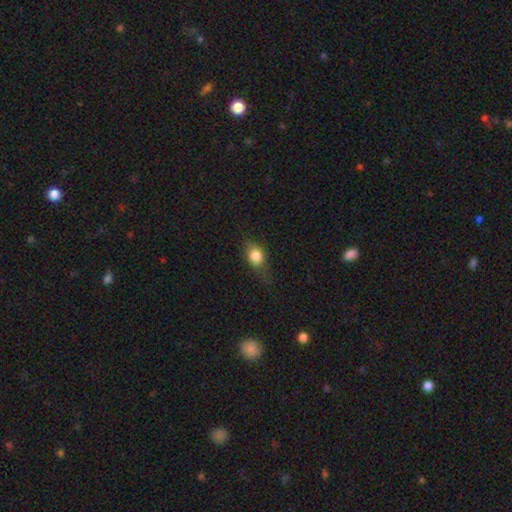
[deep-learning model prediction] smooth_or_featured: smooth (p=0.77) [alt: featured or disk p=0.13]
how_rounded: in between (p=0.52) [alt: round p=0.44]
merging: none (p=0.61) [alt: minor disturbance p=0.27]